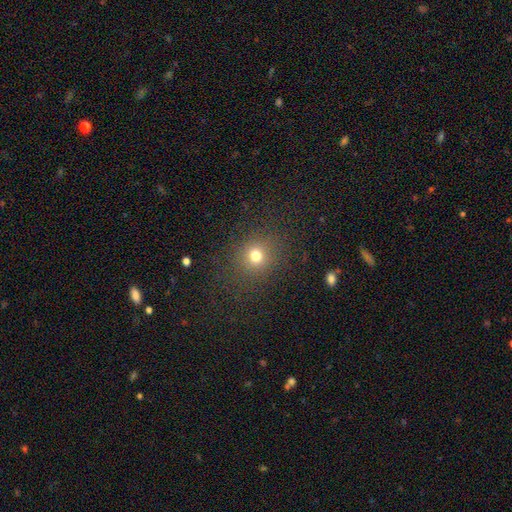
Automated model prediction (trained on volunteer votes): smooth_or_featured: smooth (p=0.74) [alt: star or artifact p=0.19]
how_rounded: round (p=0.84) [alt: in between p=0.15]
merging: none (p=0.86) [alt: minor disturbance p=0.08]